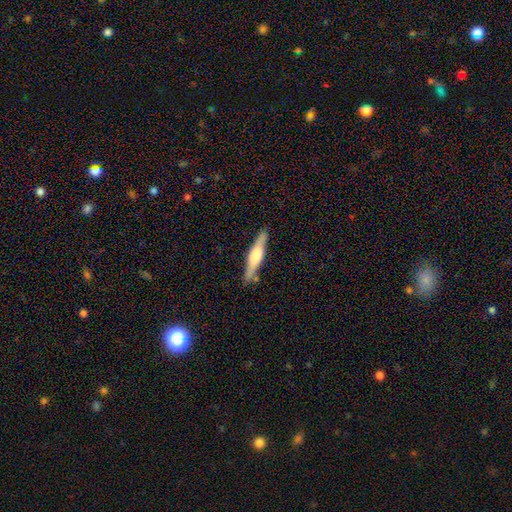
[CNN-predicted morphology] Overall: featured or disk (58%; smooth 37%). Edge-on disk: yes (95%). Edge-on bulge: rounded (78%). Merging: none (83%).